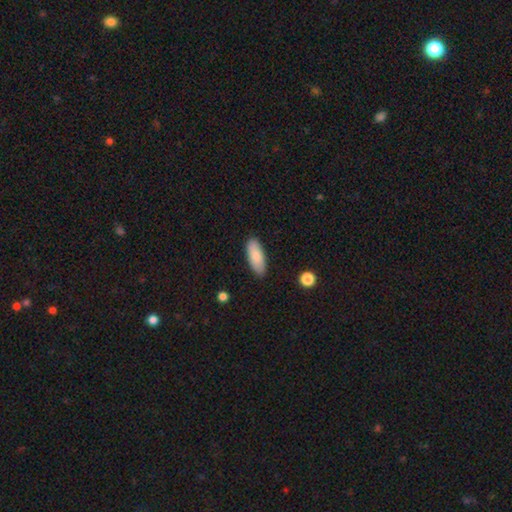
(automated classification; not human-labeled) Smooth or featured? smooth (85%)
How rounded? in between (78%)
Merging? none (87%)